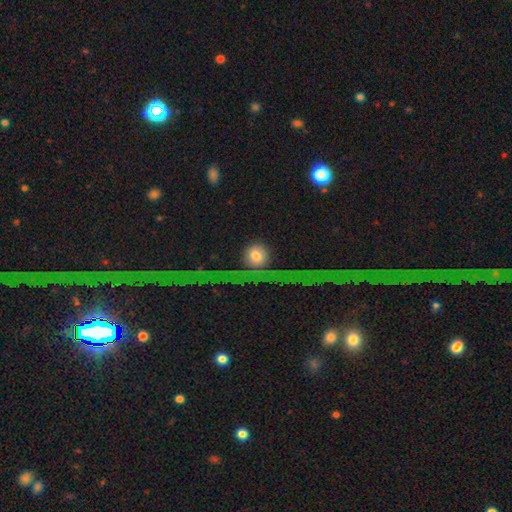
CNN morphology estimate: A smooth galaxy with no disk features (66%) that is round (89%).

Vote fractions:
- Smooth or featured? smooth: 66% / featured or disk: 19% / star or artifact: 15%
- How rounded? round: 89% / in between: 7% / cigar-shaped: 3%
- Merging? none: 60% / major disturbance: 19% / minor disturbance: 13% / merger: 7%